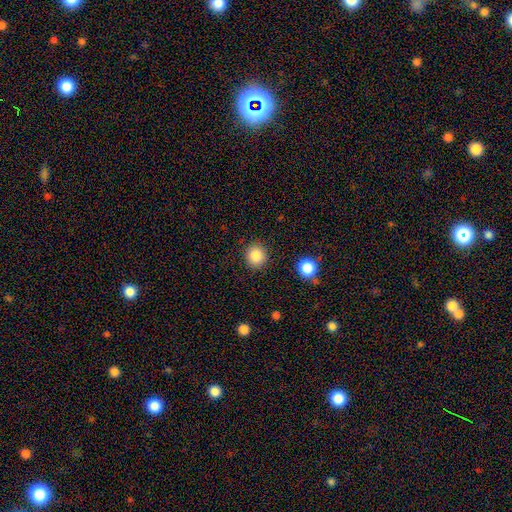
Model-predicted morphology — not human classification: Smooth or featured?
  - smooth: 86% *
  - star or artifact: 10%
  - featured or disk: 5%
How rounded?
  - round: 89% *
  - in between: 10%
  - cigar-shaped: 1%
Merging?
  - none: 89% *
  - minor disturbance: 7%
  - major disturbance: 2%
  - merger: 2%